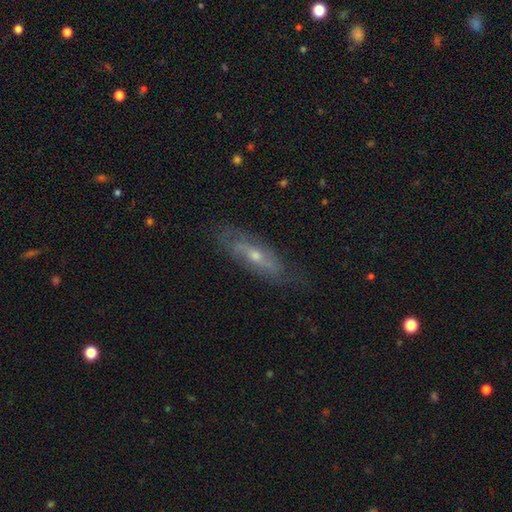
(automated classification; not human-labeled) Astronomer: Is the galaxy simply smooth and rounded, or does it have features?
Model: featured or disk — 64%.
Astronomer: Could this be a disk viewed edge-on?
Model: no — 67%.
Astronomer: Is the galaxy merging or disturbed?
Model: none — 72%.